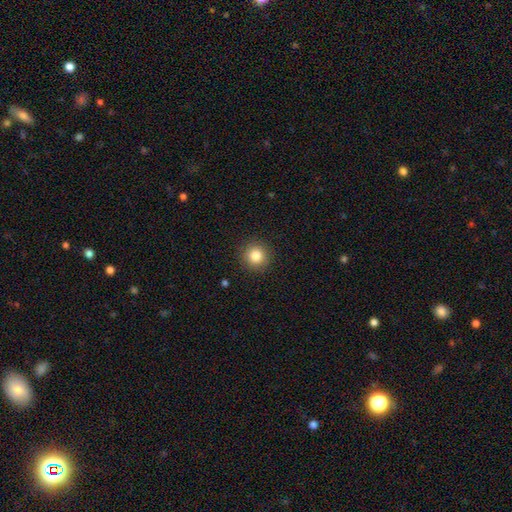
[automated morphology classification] This appears to be a smooth galaxy with no disk features (84%) that is round (94%). Merging: none (91%).